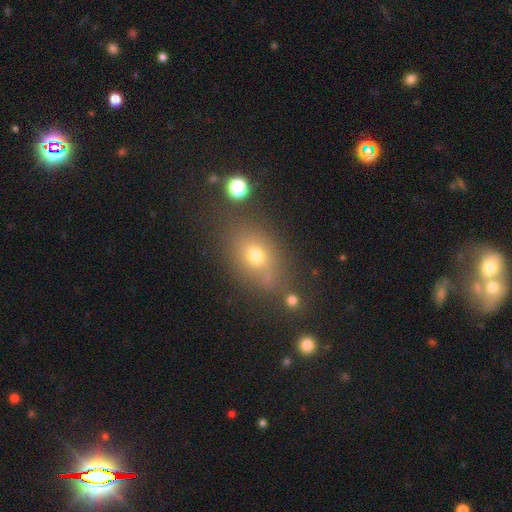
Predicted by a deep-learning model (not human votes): Smooth or featured? Predicted: smooth (p=0.68). How rounded? Predicted: in between (p=0.65). Merging? Predicted: none (p=0.67).